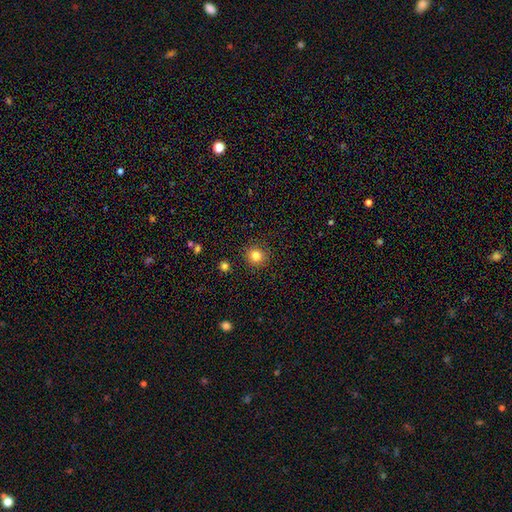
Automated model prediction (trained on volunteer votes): Overall: smooth (82%). How rounded: round (91%). Merging: none (90%).